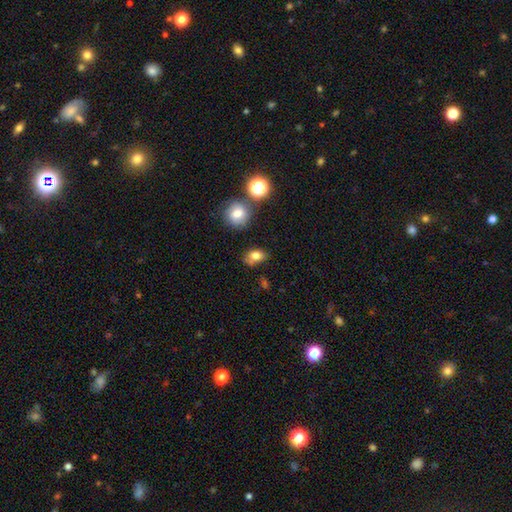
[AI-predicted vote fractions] Smooth or featured?
  - smooth: 77% *
  - star or artifact: 12%
  - featured or disk: 11%
How rounded?
  - in between: 73% *
  - round: 25%
  - cigar-shaped: 2%
Merging?
  - none: 64% *
  - minor disturbance: 22%
  - merger: 9%
  - major disturbance: 6%